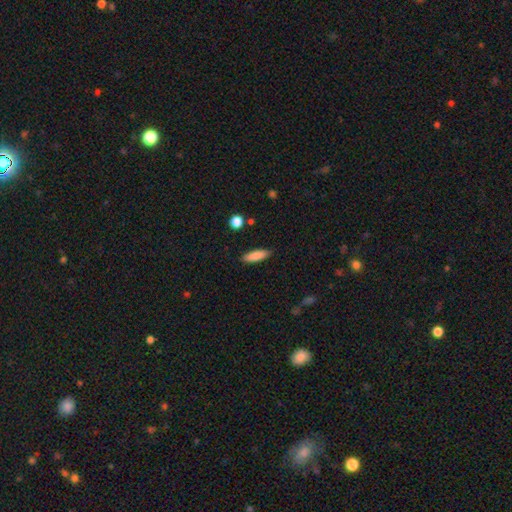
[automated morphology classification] This is clearly a smooth galaxy (86%). How rounded: possibly cigar-shaped (56%). Merging: clearly none (88%).